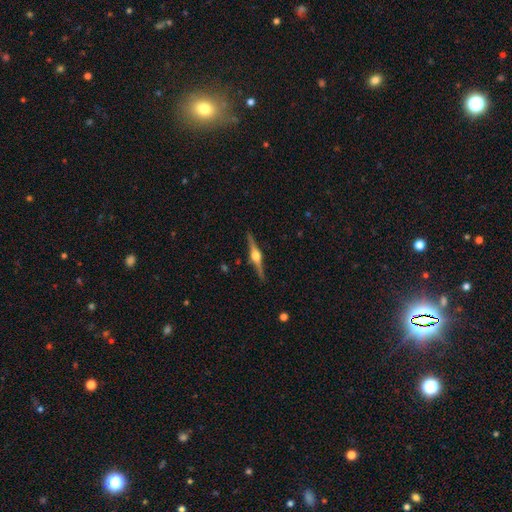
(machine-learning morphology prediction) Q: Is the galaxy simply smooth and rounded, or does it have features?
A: featured or disk — 85%.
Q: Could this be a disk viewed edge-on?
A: yes — 98%.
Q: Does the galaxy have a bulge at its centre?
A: rounded — 95%.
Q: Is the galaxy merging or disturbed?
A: none — 91%.